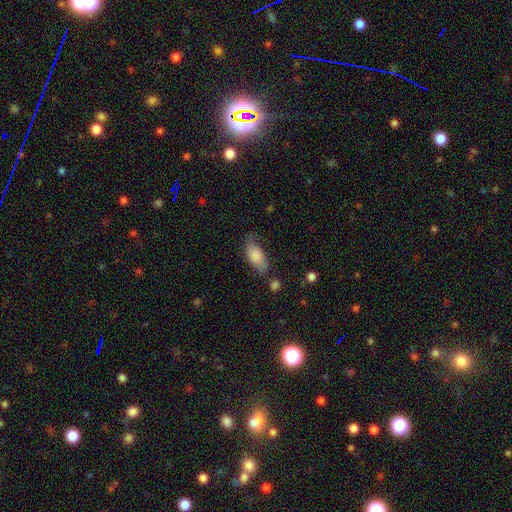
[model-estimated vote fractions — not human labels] A smooth galaxy with no disk features (79%) that is in between round and cigar-shaped (90%). Merging: none (55%).